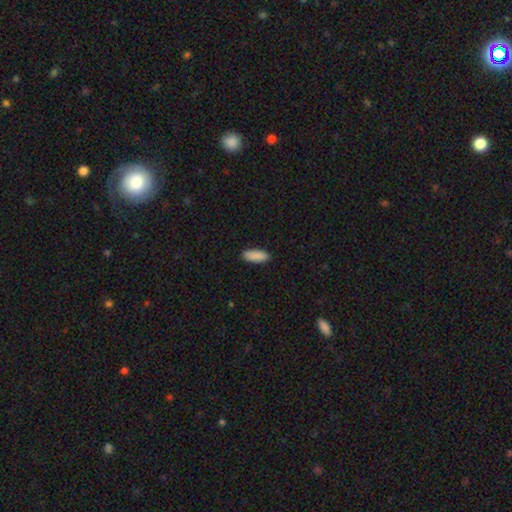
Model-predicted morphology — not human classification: type=smooth (90%); roundness=in between (69%); merging=none (90%).